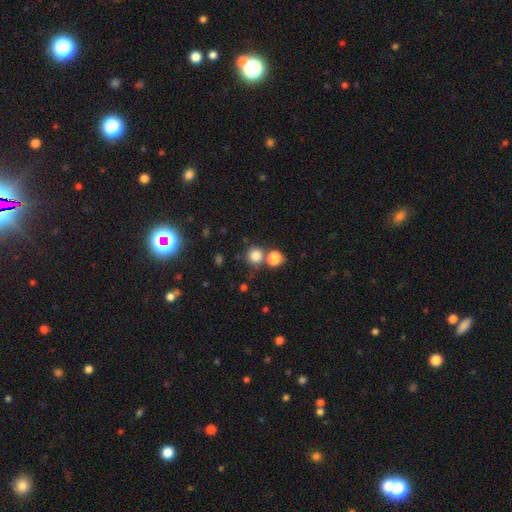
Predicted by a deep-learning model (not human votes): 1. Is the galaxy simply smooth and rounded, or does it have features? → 81% smooth, 14% star or artifact, 6% featured or disk.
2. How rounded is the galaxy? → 92% round, 7% in between, 1% cigar-shaped.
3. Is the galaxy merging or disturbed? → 68% none, 21% merger, 8% minor disturbance, 3% major disturbance.